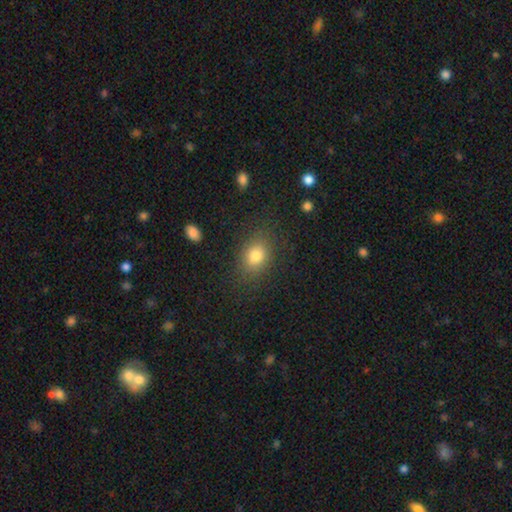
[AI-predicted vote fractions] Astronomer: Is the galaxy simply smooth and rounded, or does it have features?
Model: smooth — 79%.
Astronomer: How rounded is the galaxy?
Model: in between — 63%.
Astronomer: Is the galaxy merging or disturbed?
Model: none — 82%.